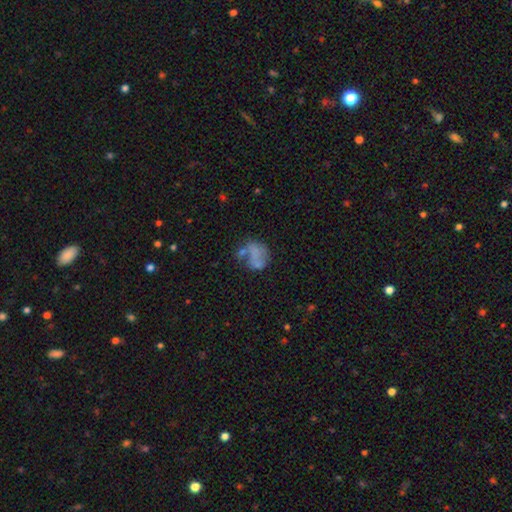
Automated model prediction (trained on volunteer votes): This is possibly a smooth galaxy (51%). How rounded: possibly in between (54%). Merging: marginally none (34%).